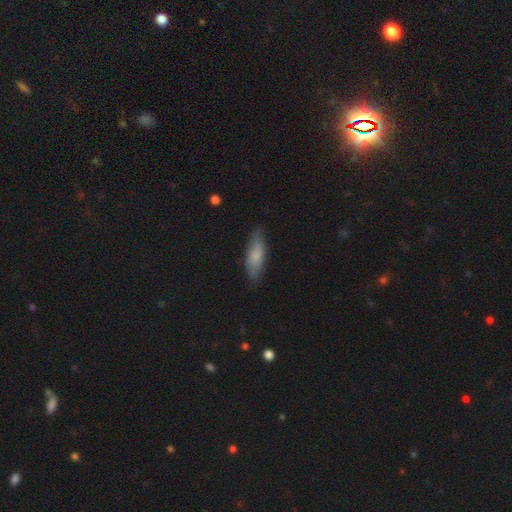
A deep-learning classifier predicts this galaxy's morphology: This is likely a smooth galaxy (75%). How rounded: possibly in between (59%). Merging: likely none (76%).